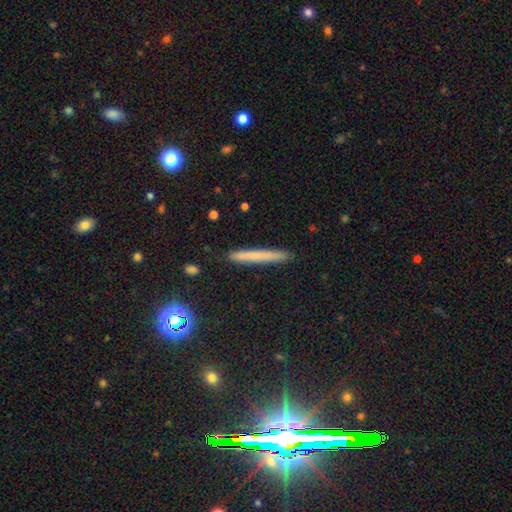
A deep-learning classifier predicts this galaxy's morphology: Smooth or featured?
  - smooth: 65% *
  - featured or disk: 25%
  - star or artifact: 10%
How rounded?
  - cigar-shaped: 96% *
  - in between: 2%
  - round: 2%
Merging?
  - none: 91% *
  - minor disturbance: 6%
  - major disturbance: 1%
  - merger: 1%